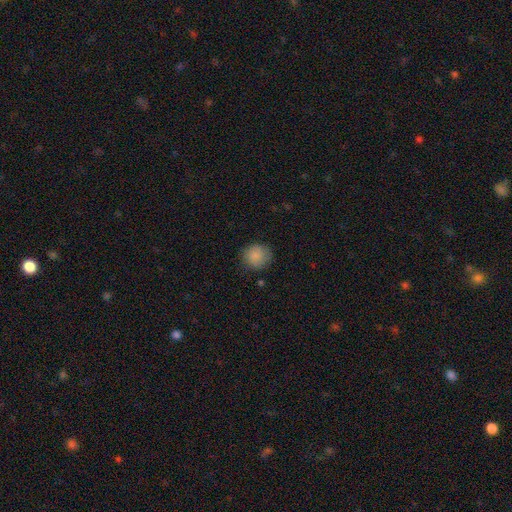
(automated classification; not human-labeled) smooth 87%, star or artifact 8%, featured or disk 5%. Down the decision tree: how rounded — round (90%); merging — none (82%).